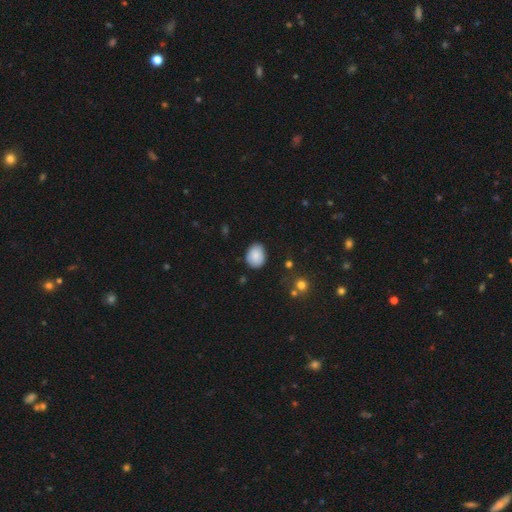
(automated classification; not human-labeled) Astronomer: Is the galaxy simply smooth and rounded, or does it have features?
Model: smooth — 84%.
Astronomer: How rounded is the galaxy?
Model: in between — 58% (runner-up: round, 41%).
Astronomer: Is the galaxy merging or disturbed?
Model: none — 77%.